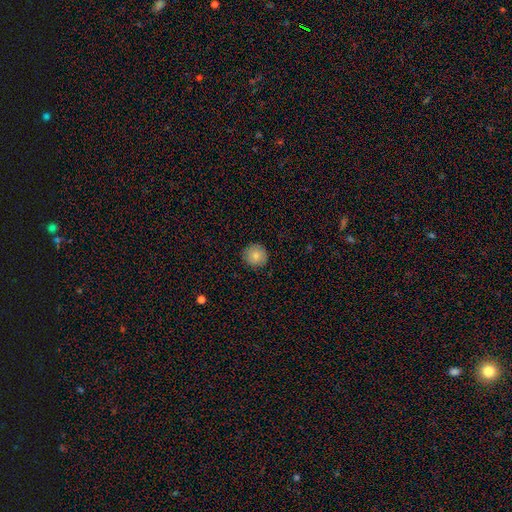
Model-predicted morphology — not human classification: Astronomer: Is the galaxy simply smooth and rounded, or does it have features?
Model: smooth — 83%.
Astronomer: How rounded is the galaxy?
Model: round — 94%.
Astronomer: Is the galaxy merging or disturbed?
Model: none — 90%.